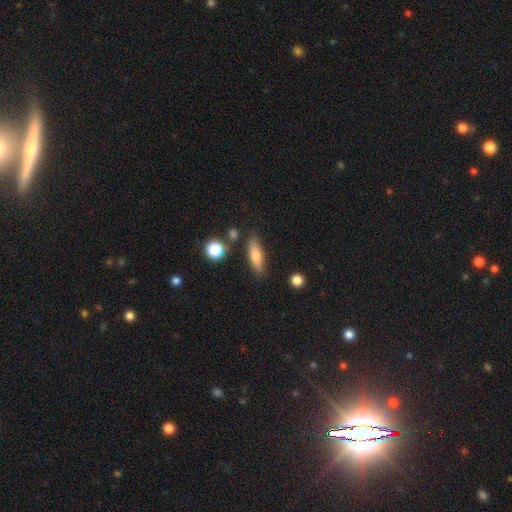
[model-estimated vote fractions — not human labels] Overall: smooth (68%). How rounded: cigar-shaped (50%; in between 46%). Merging: none (79%).